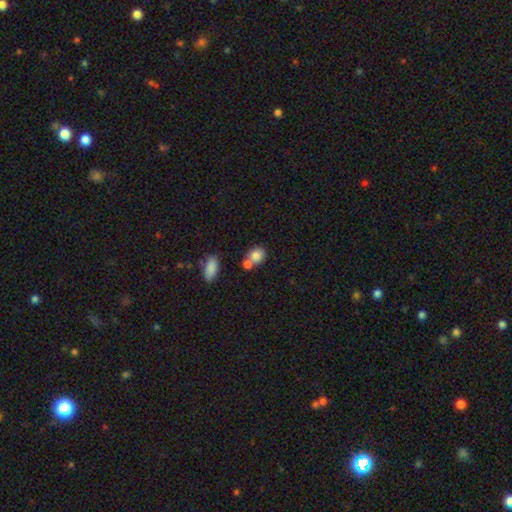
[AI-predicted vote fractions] A smooth galaxy with no disk features (81%) that is round (65%). Merging: none (45%).